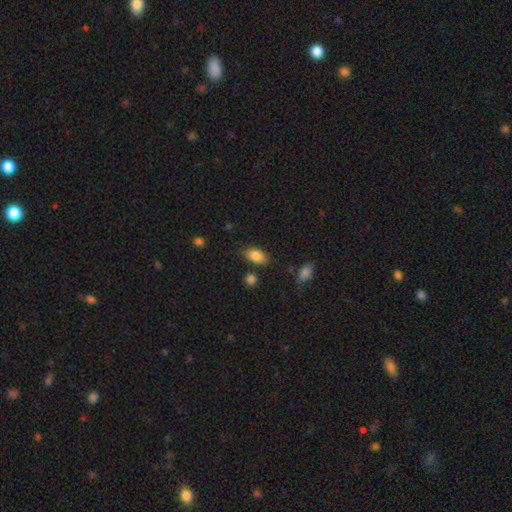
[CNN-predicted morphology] smooth-or-featured: smooth: 85% | star or artifact: 8% | featured or disk: 7%
  how-rounded: in between: 90% | round: 7% | cigar-shaped: 4%
  merging: none: 76% | minor disturbance: 16% | merger: 4% | major disturbance: 4%